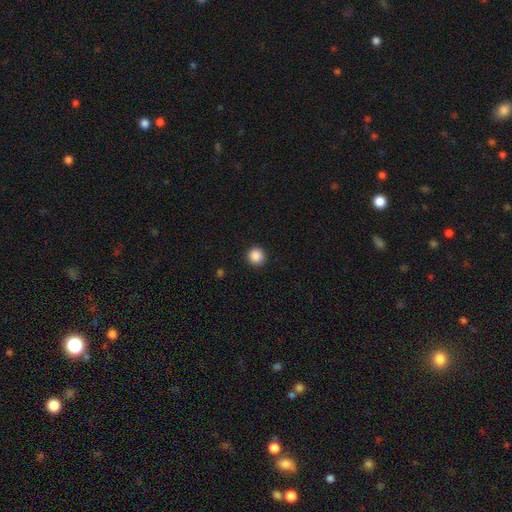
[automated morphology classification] Smooth or featured? smooth (88%)
How rounded? round (93%)
Merging? none (90%)